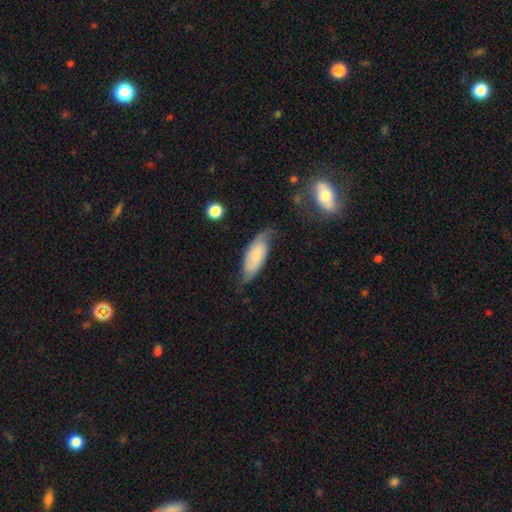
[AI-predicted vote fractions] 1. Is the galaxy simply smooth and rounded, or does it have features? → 55% smooth, 38% featured or disk, 7% star or artifact.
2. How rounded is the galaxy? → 81% in between, 17% cigar-shaped, 2% round.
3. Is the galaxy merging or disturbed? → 57% none, 31% minor disturbance, 10% major disturbance, 2% merger.